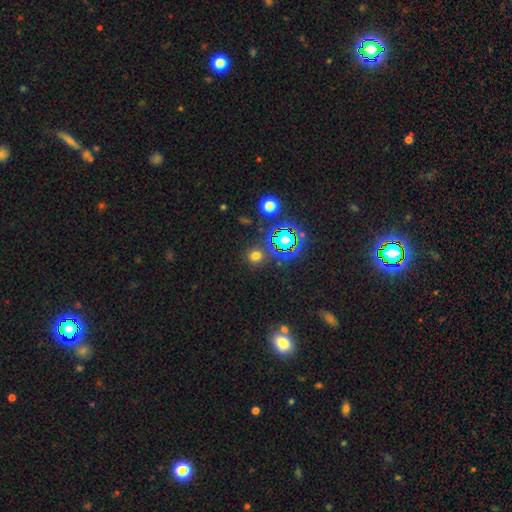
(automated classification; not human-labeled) Q: Smooth or featured?
A: smooth (63%); runner-up: star or artifact (30%)
Q: How rounded?
A: round (86%); runner-up: in between (12%)
Q: Merging?
A: none (83%); runner-up: minor disturbance (8%)